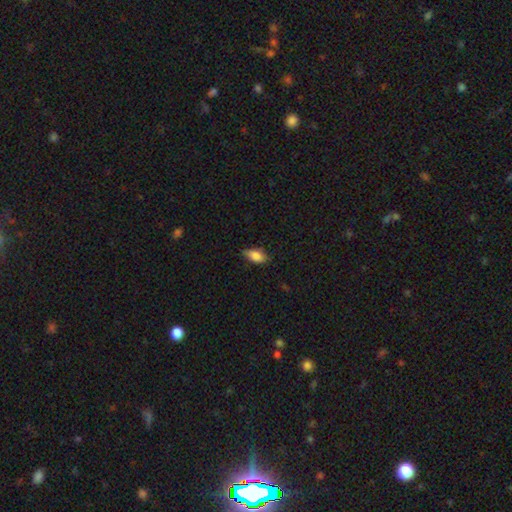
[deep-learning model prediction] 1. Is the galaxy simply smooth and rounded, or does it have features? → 85% smooth, 8% featured or disk, 7% star or artifact.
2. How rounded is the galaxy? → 90% in between, 6% cigar-shaped, 4% round.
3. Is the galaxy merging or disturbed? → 70% none, 25% minor disturbance, 4% major disturbance, 1% merger.